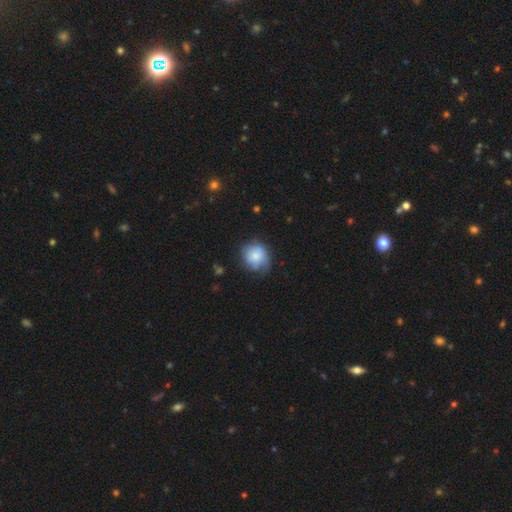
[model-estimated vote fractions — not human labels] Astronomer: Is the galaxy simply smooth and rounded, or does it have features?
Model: smooth — 73%.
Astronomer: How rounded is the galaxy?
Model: round — 76%.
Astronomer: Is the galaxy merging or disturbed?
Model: none — 51% (runner-up: minor disturbance, 34%).